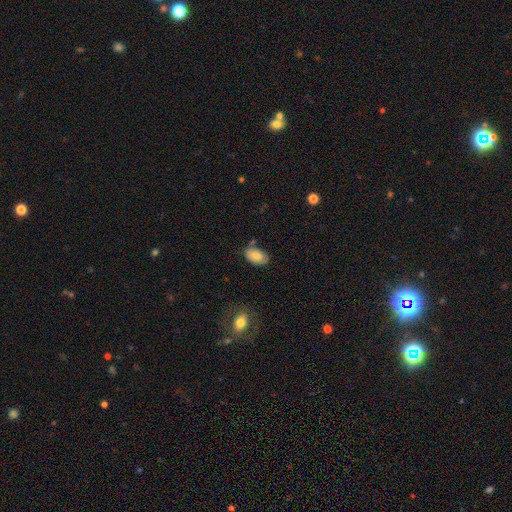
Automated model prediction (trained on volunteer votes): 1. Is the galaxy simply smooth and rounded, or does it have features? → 78% smooth, 14% featured or disk, 8% star or artifact.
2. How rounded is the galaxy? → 92% in between, 7% round, 1% cigar-shaped.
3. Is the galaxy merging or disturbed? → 68% none, 21% minor disturbance, 7% merger, 5% major disturbance.